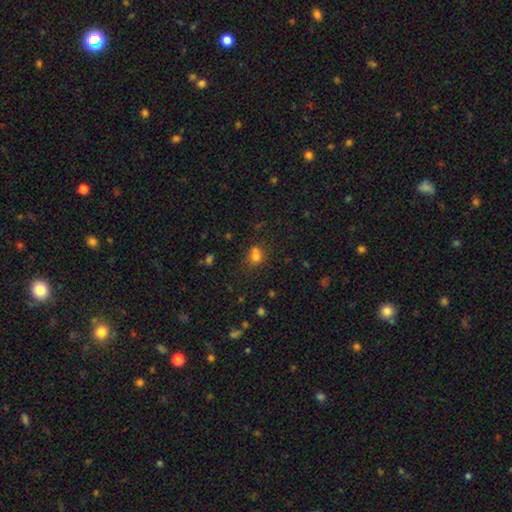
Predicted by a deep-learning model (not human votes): smooth 69%, star or artifact 20%, featured or disk 11%. Down the decision tree: how rounded — round (69%); merging — none (44%).